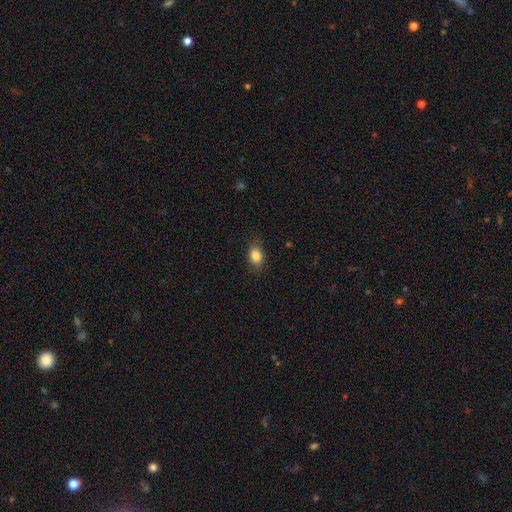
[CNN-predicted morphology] Smooth or featured? Predicted: smooth (p=0.84). How rounded? Predicted: in between (p=0.73). Merging? Predicted: none (p=0.83).